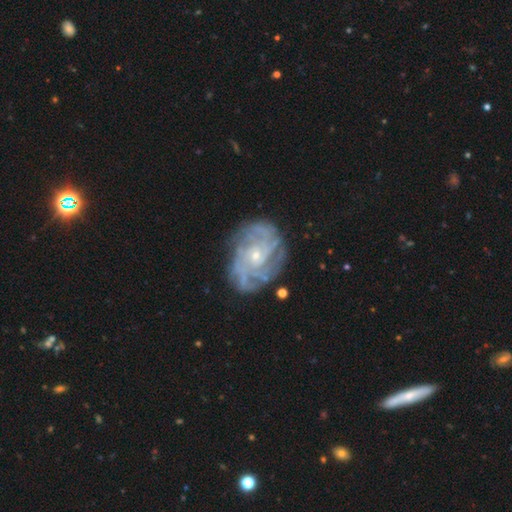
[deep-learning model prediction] Overall: featured or disk (85%). Edge-on disk: no (97%). Bar: no (76%). Spiral arms: yes (94%). Spiral arm count: can't tell (36%; 4 19%). Spiral winding: tight (64%; medium 29%). Bulge size: small (76%). Merging: none (74%).